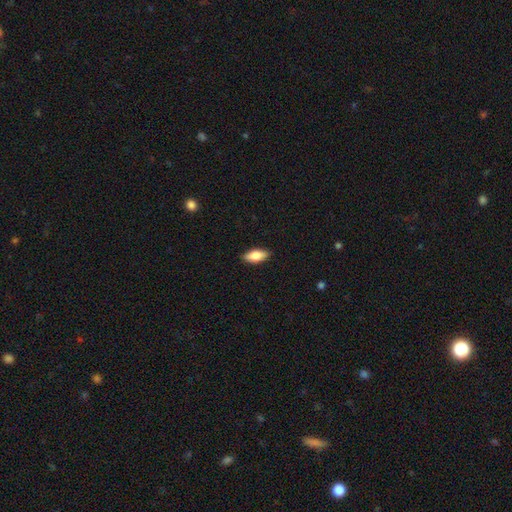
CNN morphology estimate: Q: Smooth or featured?
A: smooth (78%); runner-up: featured or disk (16%)
Q: How rounded?
A: in between (83%); runner-up: cigar-shaped (14%)
Q: Merging?
A: none (89%); runner-up: minor disturbance (9%)